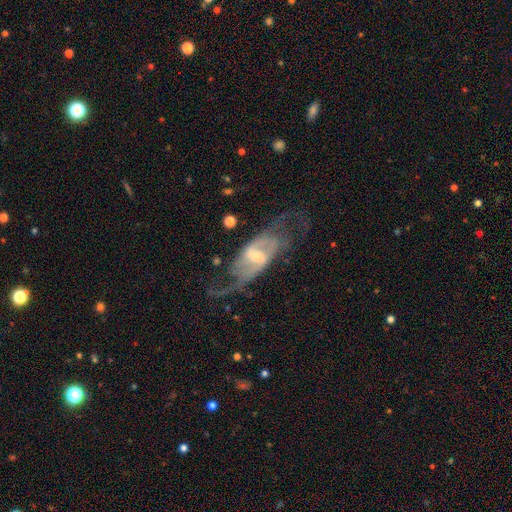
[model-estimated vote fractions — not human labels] Morphology: type=featured or disk (85%); edge-on=no (91%); bar=weak (48%); spiral arms=yes (89%); winding=loose (51%); arm count=2 (86%); bulge=small (45%); merging=none (56%).